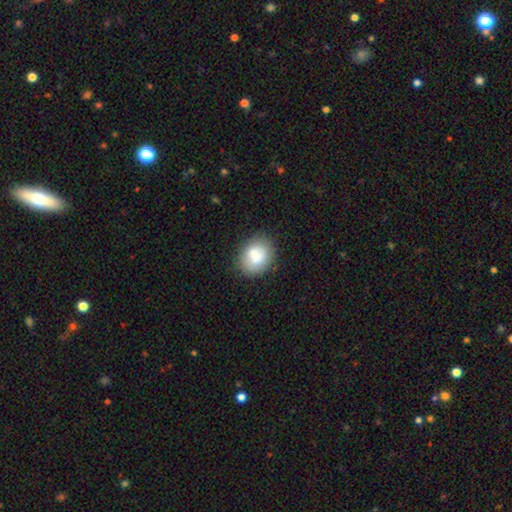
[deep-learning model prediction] Q: Smooth or featured?
A: smooth (80%); runner-up: featured or disk (12%)
Q: How rounded?
A: round (51%); runner-up: in between (48%)
Q: Merging?
A: none (75%); runner-up: minor disturbance (17%)